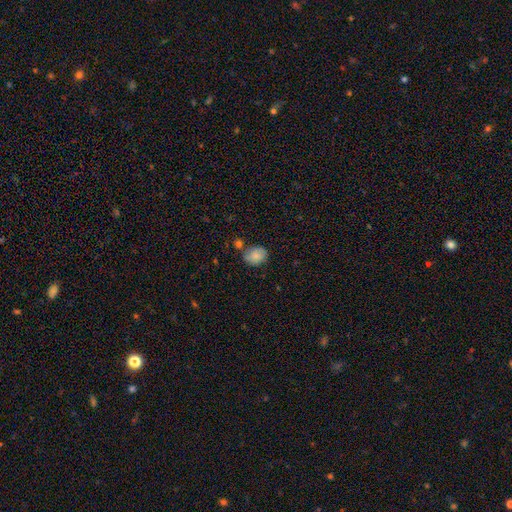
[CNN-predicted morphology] Smooth or featured? smooth (84%)
How rounded? in between (60%)
Merging? none (66%)